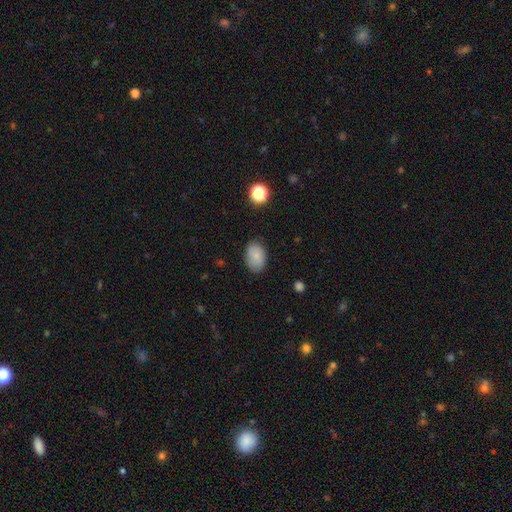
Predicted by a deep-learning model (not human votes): Smooth or featured?
  - smooth: 84% *
  - star or artifact: 8%
  - featured or disk: 7%
How rounded?
  - in between: 84% *
  - round: 14%
  - cigar-shaped: 1%
Merging?
  - none: 81% *
  - minor disturbance: 15%
  - major disturbance: 3%
  - merger: 1%